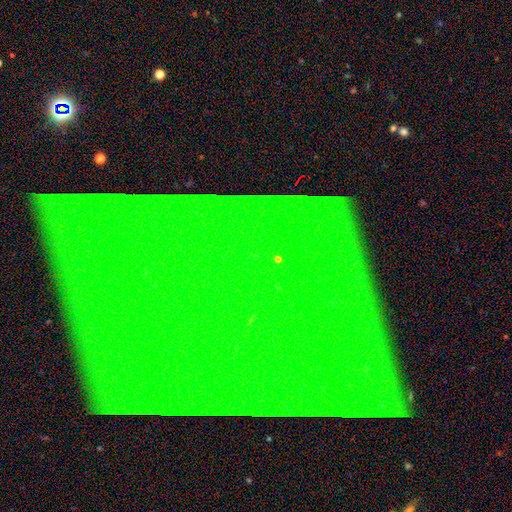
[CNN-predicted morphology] A star or artifact, not a galaxy (85%).

Vote fractions:
- Smooth or featured? star or artifact: 85% / featured or disk: 8% / smooth: 7%